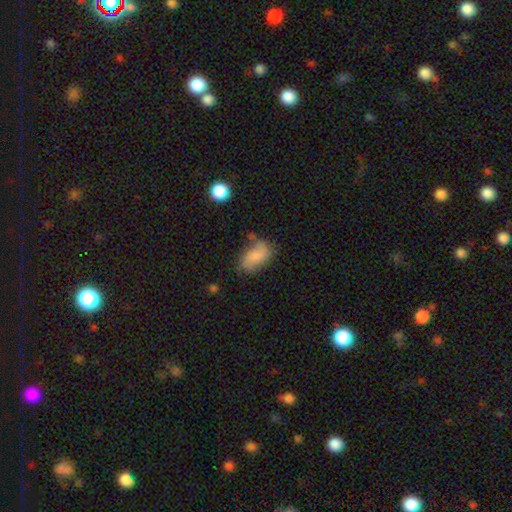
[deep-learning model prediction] Smooth or featured? Predicted: smooth (p=0.67). How rounded? Predicted: in between (p=0.92). Merging? Predicted: none (p=0.54).